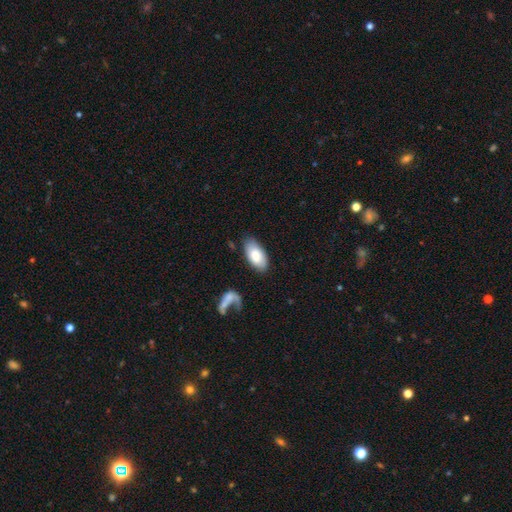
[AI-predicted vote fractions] smooth_or_featured: smooth (p=0.81) [alt: featured or disk p=0.13]
how_rounded: in between (p=0.94) [alt: cigar-shaped p=0.03]
merging: none (p=0.78) [alt: minor disturbance p=0.15]